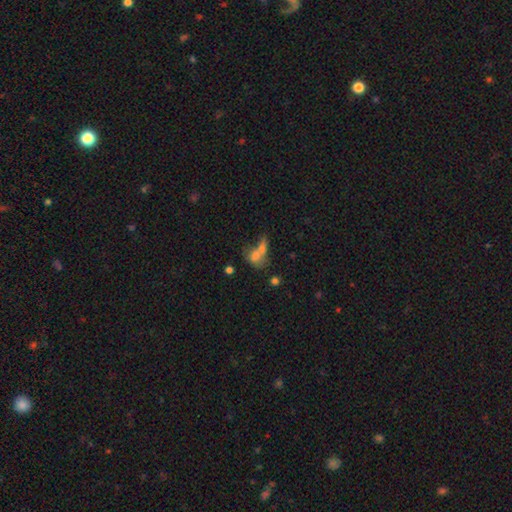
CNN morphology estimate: Smooth or featured? smooth (69%)
How rounded? in between (65%)
Merging? merger (62%)